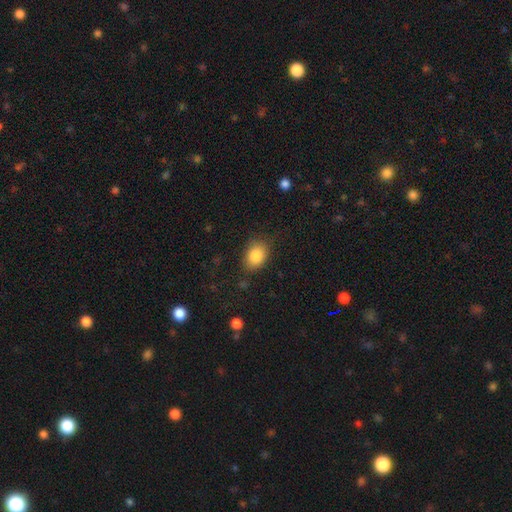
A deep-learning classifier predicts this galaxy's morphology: A smooth galaxy with no disk features (85%) that is in between round and cigar-shaped (72%). Merging: none (79%).